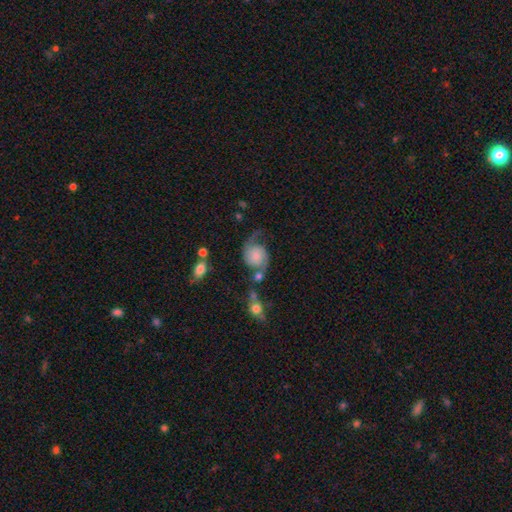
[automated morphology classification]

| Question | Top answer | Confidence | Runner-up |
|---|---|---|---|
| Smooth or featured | featured or disk | 61% | smooth (30%) |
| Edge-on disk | no | 97% | yes (3%) |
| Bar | no | 75% | weak (22%) |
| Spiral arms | yes | 92% | no (8%) |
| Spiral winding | loose | 52% | medium (35%) |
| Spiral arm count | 2 | 79% | 1 (14%) |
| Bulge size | small | 37% | moderate (25%) |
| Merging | none | 44% | minor disturbance (25%) |